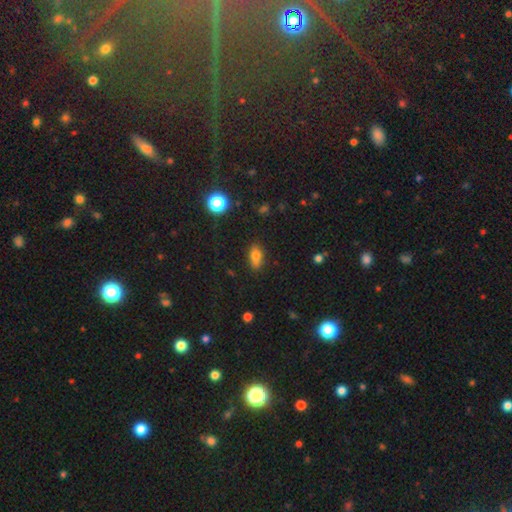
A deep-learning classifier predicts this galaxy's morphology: smooth 73%, featured or disk 14%, star or artifact 13%. Down the decision tree: how rounded — in between (75%); merging — none (63%).